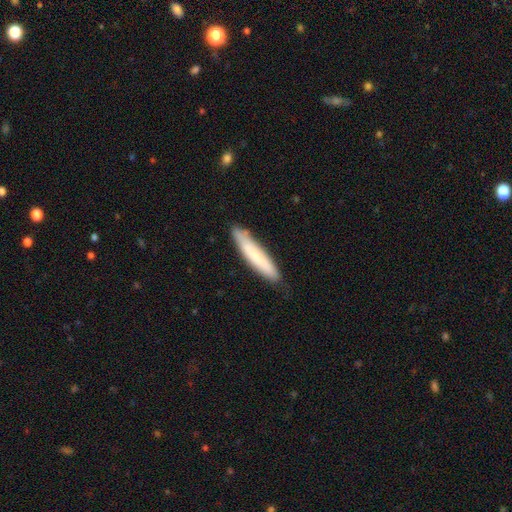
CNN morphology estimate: Q: Smooth or featured?
A: smooth (75%); runner-up: featured or disk (19%)
Q: How rounded?
A: cigar-shaped (89%); runner-up: in between (10%)
Q: Merging?
A: none (83%); runner-up: minor disturbance (14%)